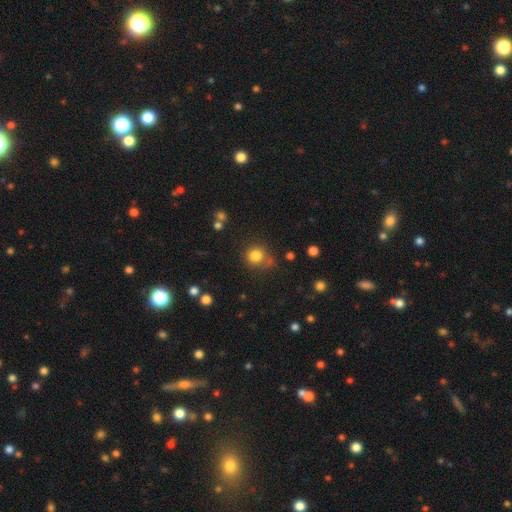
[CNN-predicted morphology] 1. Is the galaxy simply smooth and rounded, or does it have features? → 82% smooth, 12% star or artifact, 6% featured or disk.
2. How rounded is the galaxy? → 87% round, 12% in between, 1% cigar-shaped.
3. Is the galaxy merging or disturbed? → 68% none, 16% minor disturbance, 10% merger, 6% major disturbance.